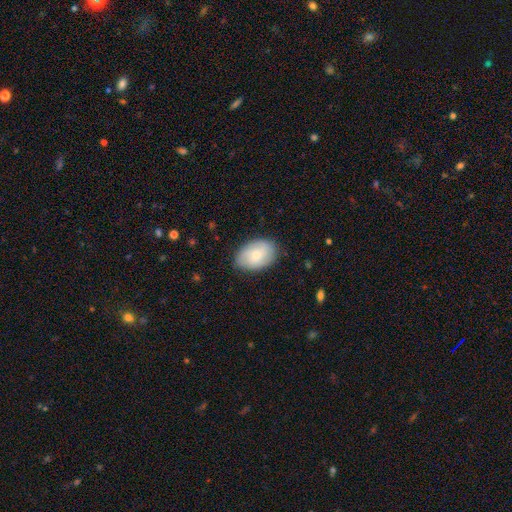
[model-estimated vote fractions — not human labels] This is likely a smooth galaxy (66%). How rounded: clearly in between (85%). Merging: likely none (80%).